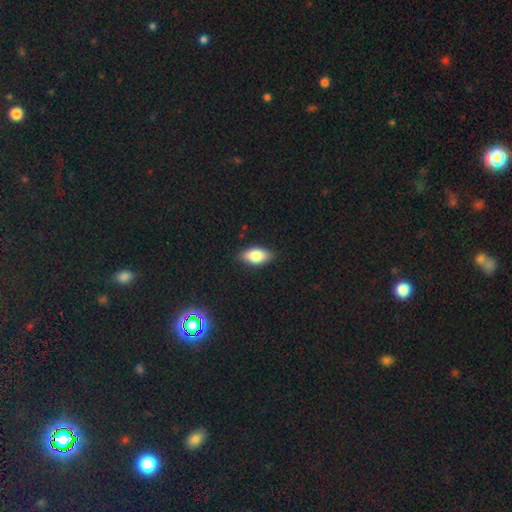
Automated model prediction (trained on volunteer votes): Smooth or featured: smooth — 83% (featured or disk — 10%)
How rounded: in between — 91% (cigar-shaped — 5%)
Merging: none — 86% (minor disturbance — 11%)